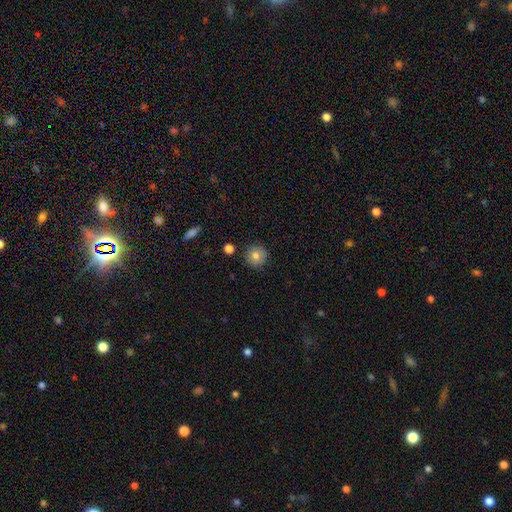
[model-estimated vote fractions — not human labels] Morphology: type=smooth (81%); roundness=round (94%); merging=none (89%).